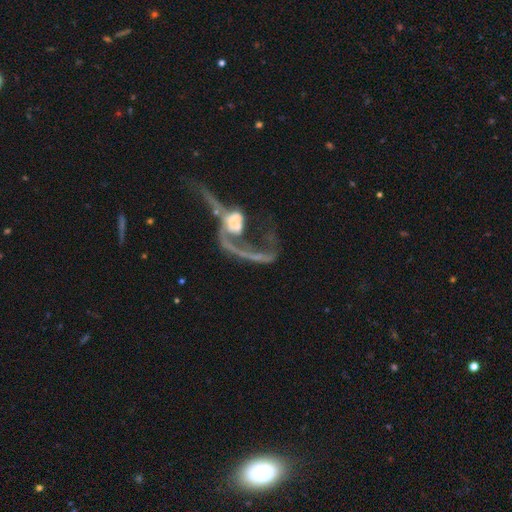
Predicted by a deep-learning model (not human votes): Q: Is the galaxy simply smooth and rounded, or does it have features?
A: featured or disk — 76%.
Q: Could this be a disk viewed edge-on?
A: no — 89%.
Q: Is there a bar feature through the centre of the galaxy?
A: no — 68%.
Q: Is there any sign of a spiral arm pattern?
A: yes — 69%.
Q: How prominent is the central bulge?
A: moderate — 35%.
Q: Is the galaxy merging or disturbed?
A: major disturbance — 46%.